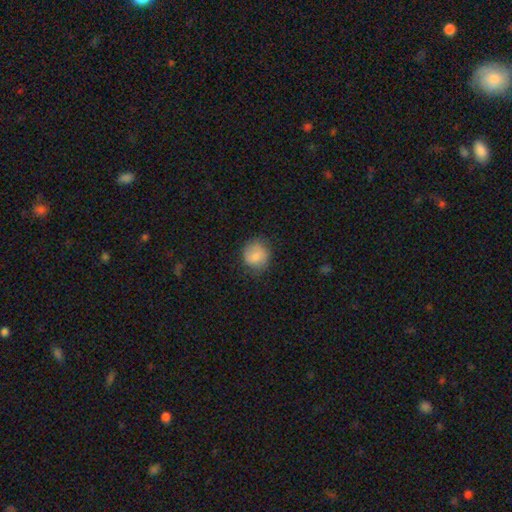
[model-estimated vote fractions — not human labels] This appears to be a smooth galaxy with no disk features (78%) that is round (82%). Merging: none (75%).